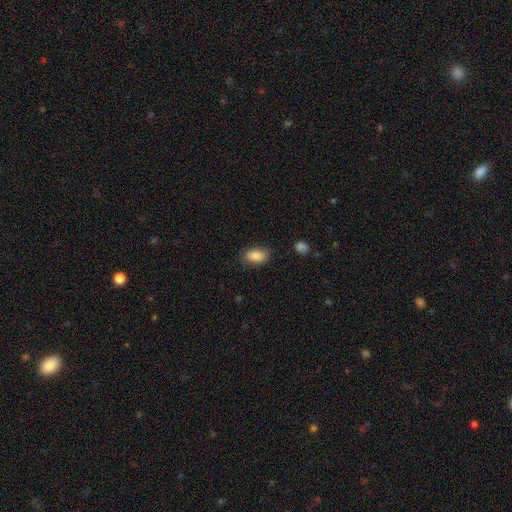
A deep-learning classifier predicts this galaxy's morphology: Smooth or featured? Predicted: smooth (p=0.87). How rounded? Predicted: in between (p=0.91). Merging? Predicted: none (p=0.79).